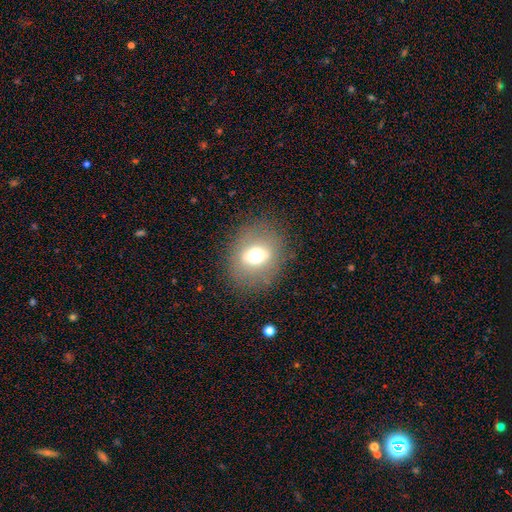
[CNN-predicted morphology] Q: Smooth or featured?
A: smooth (59%); runner-up: featured or disk (27%)
Q: How rounded?
A: round (60%); runner-up: in between (39%)
Q: Merging?
A: none (80%); runner-up: minor disturbance (12%)